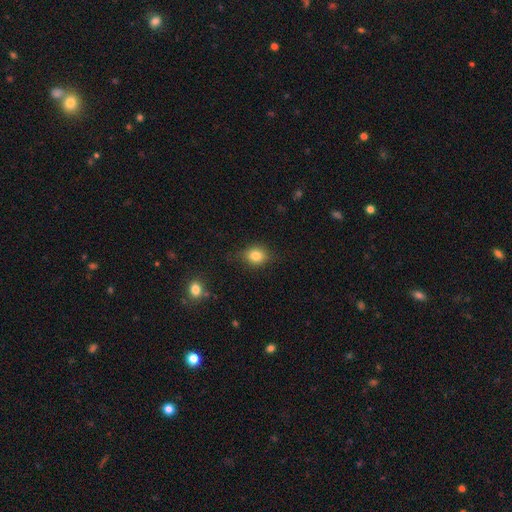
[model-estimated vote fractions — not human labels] This is clearly a smooth galaxy (81%). How rounded: likely round (62%). Merging: likely none (77%).